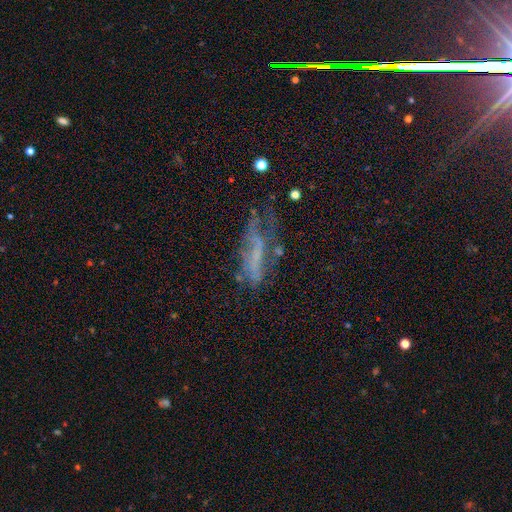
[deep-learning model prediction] Q: Smooth or featured?
A: featured or disk (47%); runner-up: smooth (31%)
Q: Merging?
A: none (36%); runner-up: major disturbance (33%)